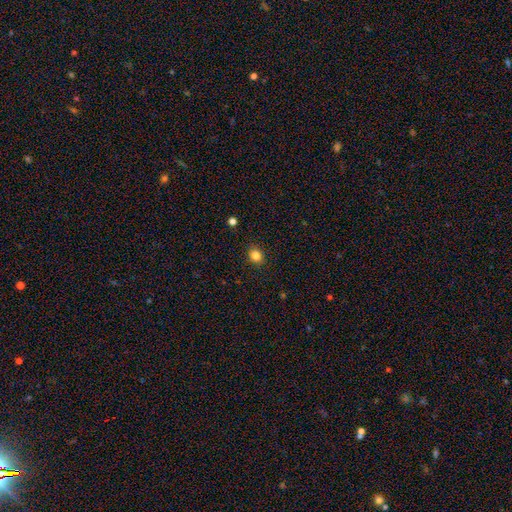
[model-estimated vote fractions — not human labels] This is clearly a smooth galaxy (83%). How rounded: likely round (60%). Merging: clearly none (89%).